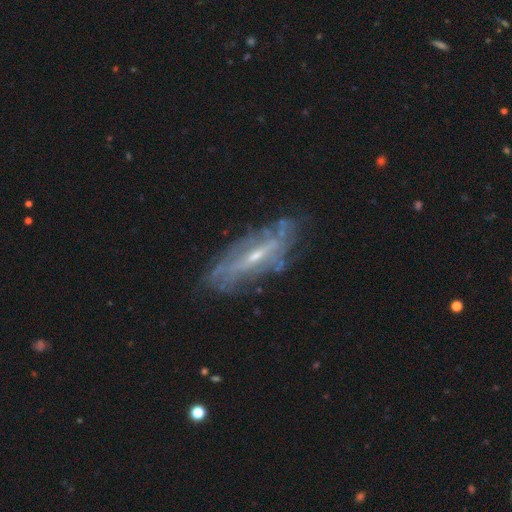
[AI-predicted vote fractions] Overall: featured or disk (78%). Edge-on disk: no (68%; yes 32%). Bar: weak (39%; no 32%). Spiral arms: yes (68%; no 32%). Bulge size: small (63%; moderate 32%). Merging: none (71%).